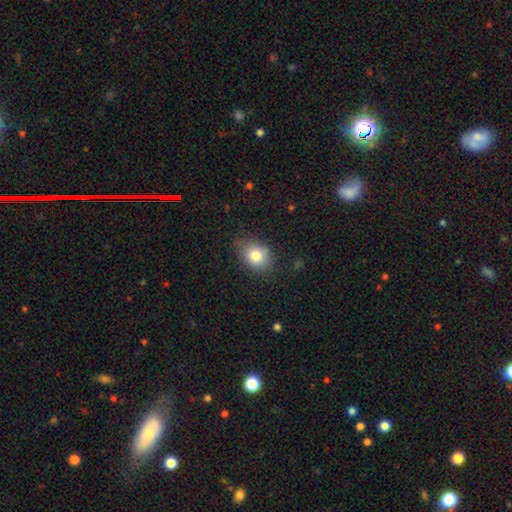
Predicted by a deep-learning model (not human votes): A smooth galaxy with no disk features (81%) that is in between round and cigar-shaped (57%).

Vote fractions:
- Smooth or featured? smooth: 81% / star or artifact: 10% / featured or disk: 9%
- How rounded? in between: 57% / round: 42% / cigar-shaped: 1%
- Merging? none: 75% / minor disturbance: 19% / major disturbance: 4% / merger: 2%